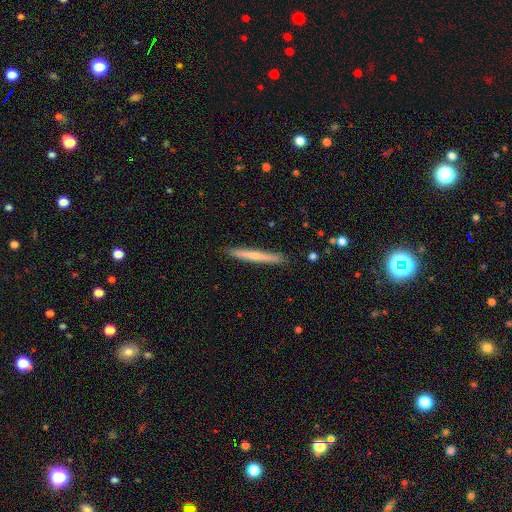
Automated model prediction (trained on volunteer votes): The model was most divided on "smooth or featured": featured or disk: 50%, smooth: 44%, star or artifact: 6%. More confident: edge-on disk — yes (96%); merging — none (91%).